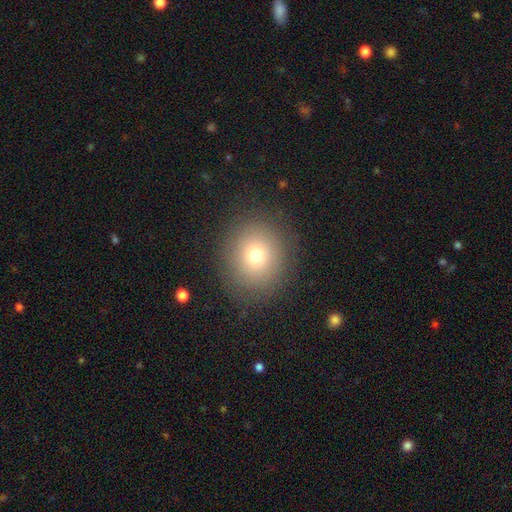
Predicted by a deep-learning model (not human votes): Q: Smooth or featured?
A: smooth (72%); runner-up: star or artifact (15%)
Q: How rounded?
A: round (83%); runner-up: in between (16%)
Q: Merging?
A: none (86%); runner-up: minor disturbance (8%)